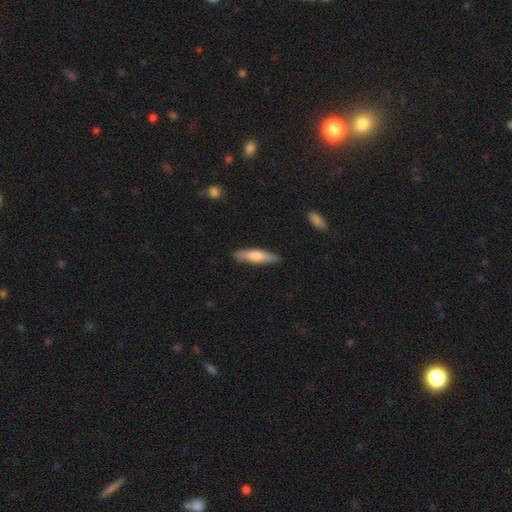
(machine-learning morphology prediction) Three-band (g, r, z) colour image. It shows a smooth galaxy with no disk features (65%) that is cigar-shaped (80%). Merging: none (87%).